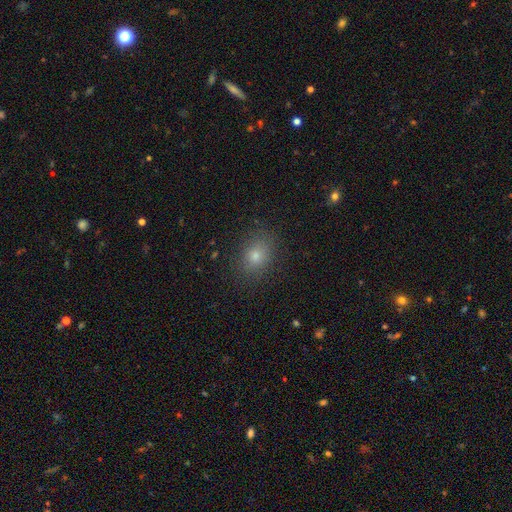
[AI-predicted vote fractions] Smooth or featured? Predicted: smooth (p=0.75). How rounded? Predicted: in between (p=0.56). Merging? Predicted: none (p=0.85).